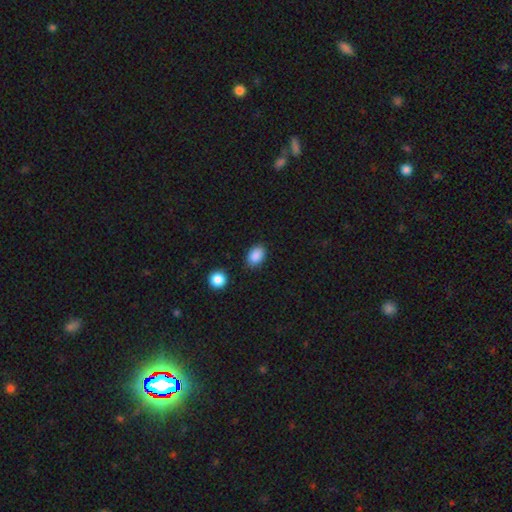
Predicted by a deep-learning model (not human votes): Morphology: type=smooth (88%); roundness=in between (78%); merging=none (83%).